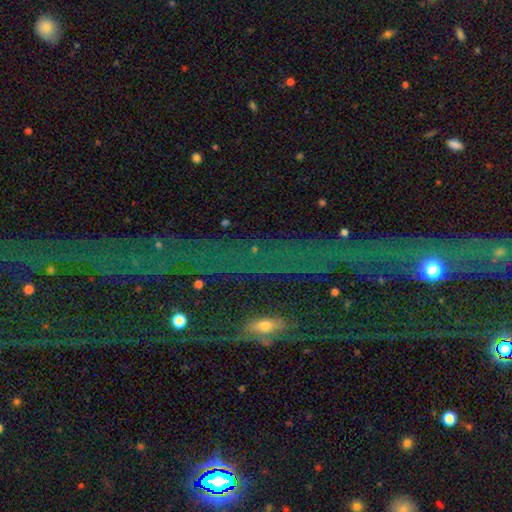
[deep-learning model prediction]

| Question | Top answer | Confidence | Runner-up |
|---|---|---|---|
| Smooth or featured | star or artifact | 73% | featured or disk (15%) |